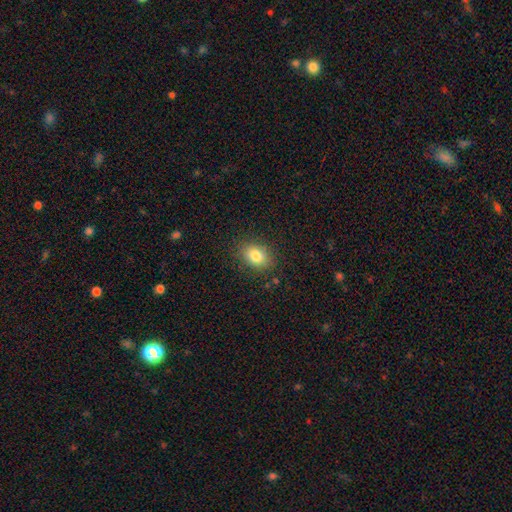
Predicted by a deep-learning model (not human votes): Smooth or featured: smooth — 83% (star or artifact — 9%)
How rounded: in between — 74% (round — 24%)
Merging: none — 85% (minor disturbance — 11%)